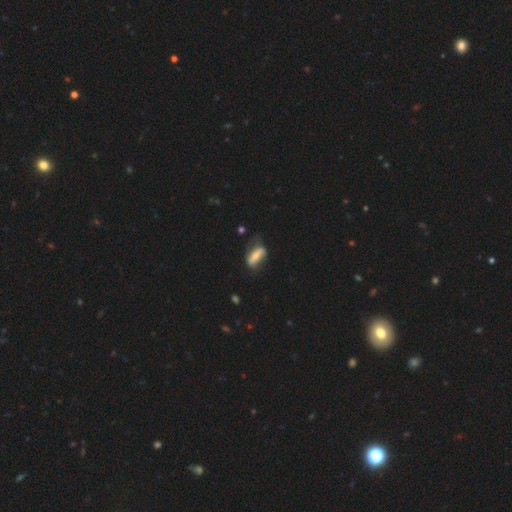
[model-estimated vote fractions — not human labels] Overall: smooth (52%; featured or disk 41%). How rounded: in between (65%; cigar-shaped 32%). Merging: none (49%; minor disturbance 31%).